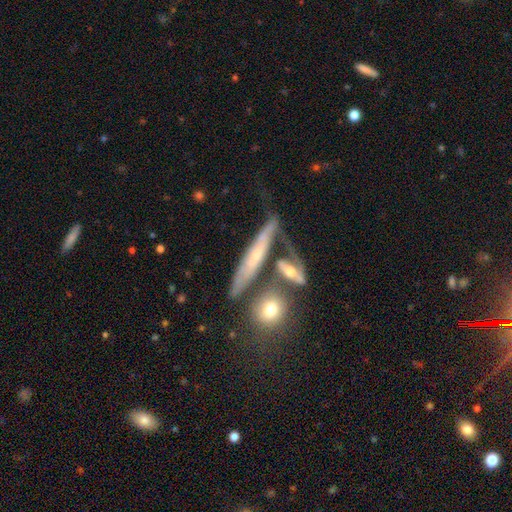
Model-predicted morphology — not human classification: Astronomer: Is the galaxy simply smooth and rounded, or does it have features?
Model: featured or disk — 61%.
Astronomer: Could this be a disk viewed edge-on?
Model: yes — 61% (runner-up: no, 39%).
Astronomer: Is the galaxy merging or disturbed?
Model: none — 44% (runner-up: merger, 25%).